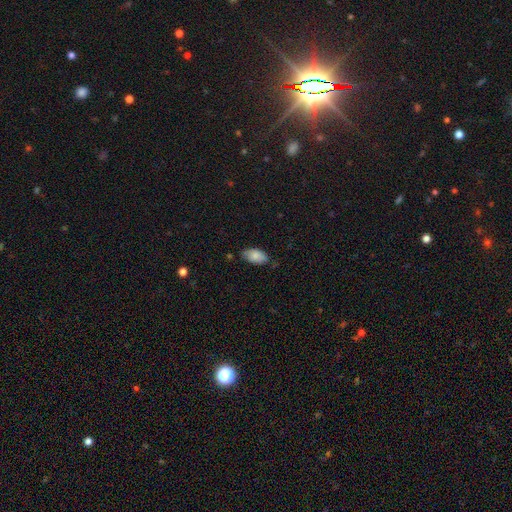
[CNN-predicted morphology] A smooth galaxy with no disk features (84%) that is in between round and cigar-shaped (94%).

Vote fractions:
- Smooth or featured? smooth: 84% / featured or disk: 9% / star or artifact: 7%
- How rounded? in between: 94% / round: 3% / cigar-shaped: 3%
- Merging? none: 71% / minor disturbance: 24% / major disturbance: 4% / merger: 2%